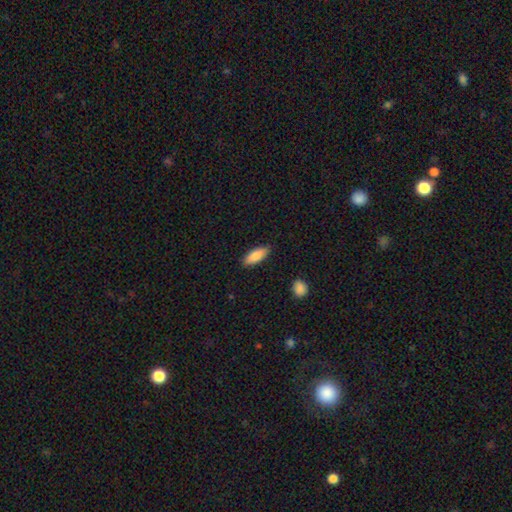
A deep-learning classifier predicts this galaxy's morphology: Smooth or featured?
  - smooth: 83% *
  - featured or disk: 11%
  - star or artifact: 6%
How rounded?
  - in between: 70% *
  - cigar-shaped: 28%
  - round: 2%
Merging?
  - none: 87% *
  - minor disturbance: 10%
  - major disturbance: 2%
  - merger: 1%